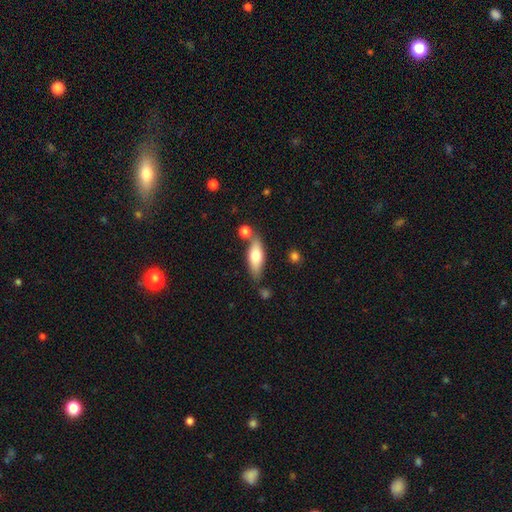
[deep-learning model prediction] A smooth galaxy with no disk features (66%) that is in between round and cigar-shaped (63%).

Vote fractions:
- Smooth or featured? smooth: 66% / featured or disk: 28% / star or artifact: 6%
- How rounded? in between: 63% / cigar-shaped: 34% / round: 3%
- Merging? none: 70% / minor disturbance: 15% / merger: 11% / major disturbance: 4%